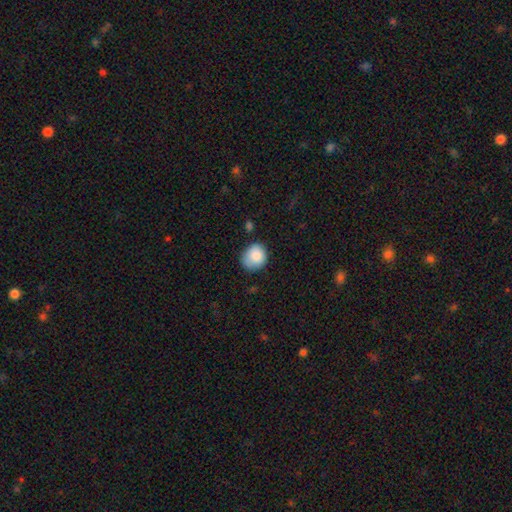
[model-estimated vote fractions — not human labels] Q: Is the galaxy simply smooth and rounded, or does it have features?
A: smooth — 85%.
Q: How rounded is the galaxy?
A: round — 76%.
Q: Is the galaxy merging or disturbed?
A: none — 66%.